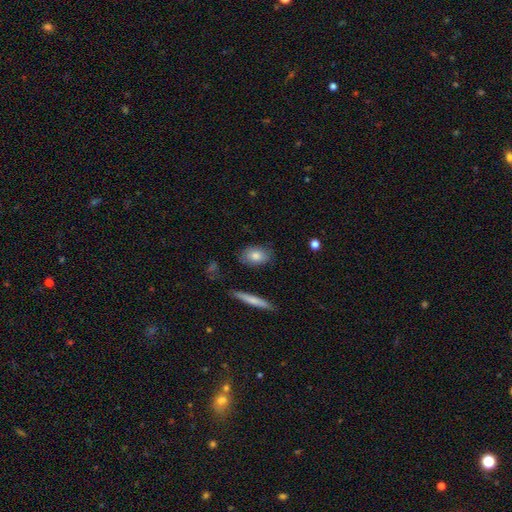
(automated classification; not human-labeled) smooth 80%, featured or disk 13%, star or artifact 7%. Down the decision tree: how rounded — in between (81%); merging — none (82%).